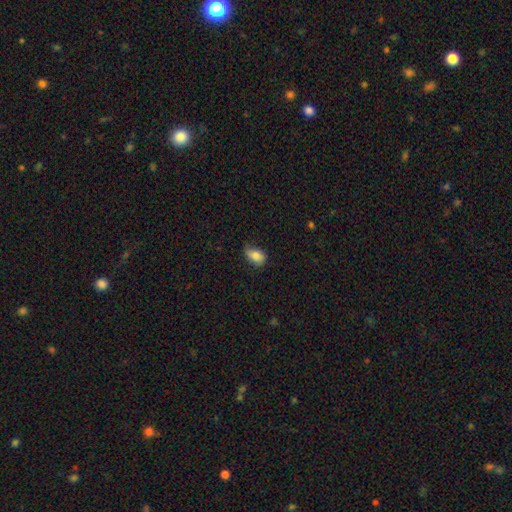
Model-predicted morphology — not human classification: smooth-or-featured: smooth: 79% | featured or disk: 13% | star or artifact: 8%
  how-rounded: in between: 86% | round: 11% | cigar-shaped: 2%
  merging: none: 55% | minor disturbance: 34% | major disturbance: 9% | merger: 2%